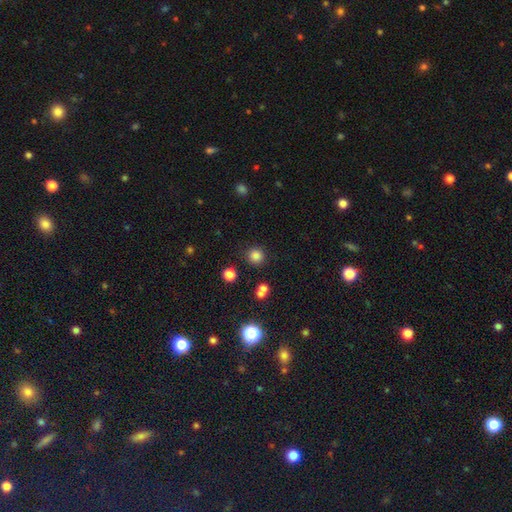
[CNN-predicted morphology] Q: Smooth or featured?
A: smooth (81%); runner-up: star or artifact (15%)
Q: How rounded?
A: round (93%); runner-up: in between (6%)
Q: Merging?
A: none (85%); runner-up: minor disturbance (7%)